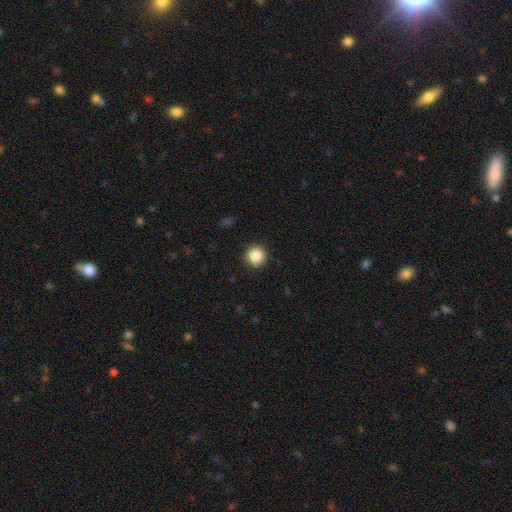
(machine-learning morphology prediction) This appears to be a smooth galaxy with no disk features (87%) that is round (95%). Merging: none (92%).